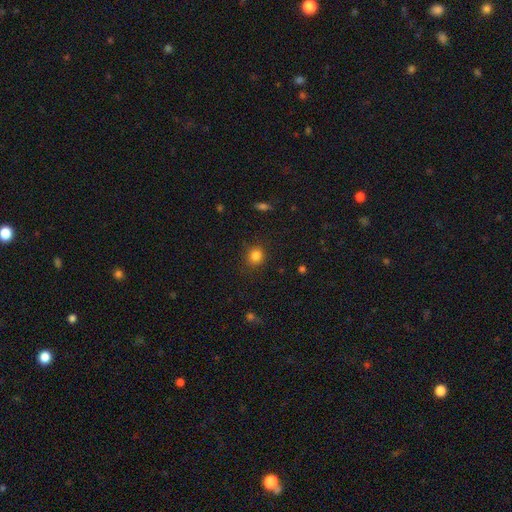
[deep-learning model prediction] Smooth or featured: smooth — 83% (star or artifact — 12%)
How rounded: round — 86% (in between — 13%)
Merging: none — 87% (minor disturbance — 9%)